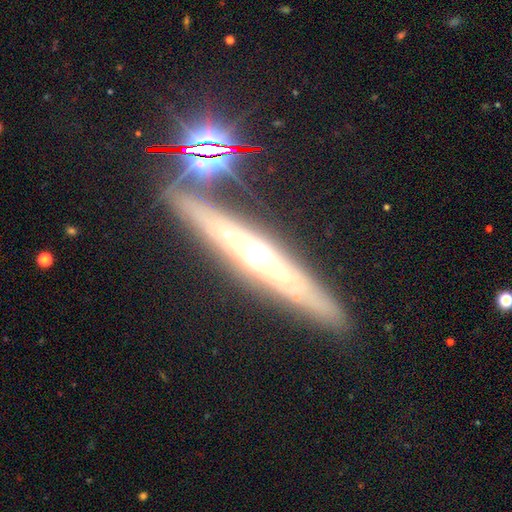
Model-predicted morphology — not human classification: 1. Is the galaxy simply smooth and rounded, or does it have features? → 68% featured or disk, 17% smooth, 15% star or artifact.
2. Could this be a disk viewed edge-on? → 86% yes, 14% no.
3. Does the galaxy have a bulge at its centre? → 78% rounded, 14% none, 8% boxy.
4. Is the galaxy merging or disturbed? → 85% none, 9% minor disturbance, 3% merger, 3% major disturbance.